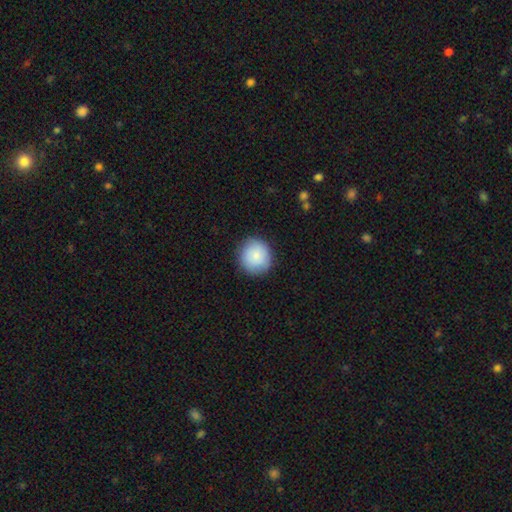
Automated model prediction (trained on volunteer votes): This is clearly a smooth galaxy (86%). How rounded: clearly round (91%). Merging: clearly none (88%).